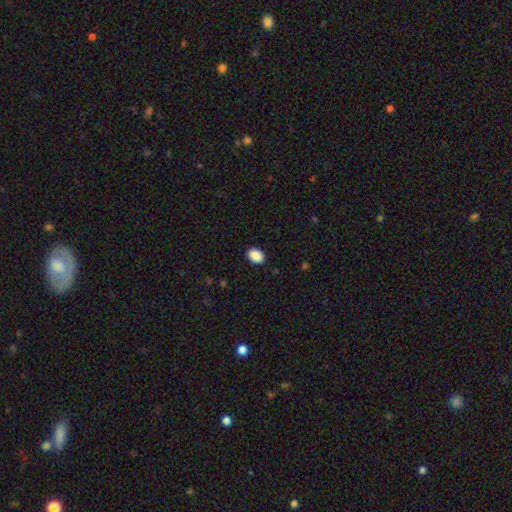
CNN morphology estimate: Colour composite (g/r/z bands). It shows a smooth galaxy with no disk features (90%) that is in between round and cigar-shaped (77%). Merging: none (90%).